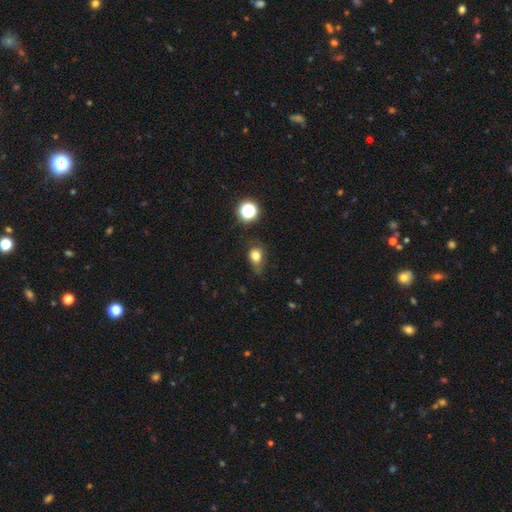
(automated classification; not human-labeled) smooth_or_featured: smooth (p=0.77) [alt: star or artifact p=0.14]
how_rounded: round (p=0.49) [tied with: in between p=0.49]
merging: none (p=0.48) [alt: minor disturbance p=0.35]